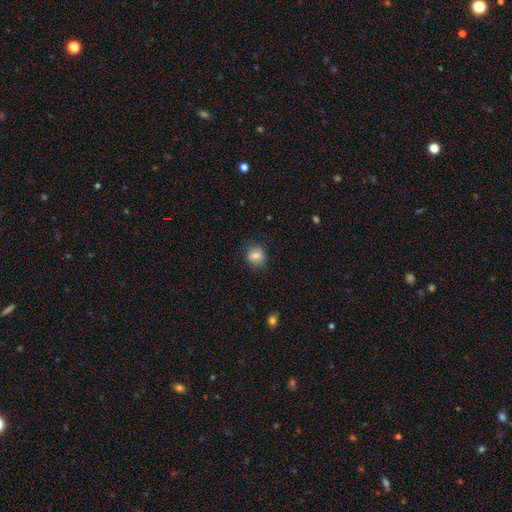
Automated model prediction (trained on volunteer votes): A smooth galaxy with no disk features (79%) that is round (80%). Merging: none (83%).